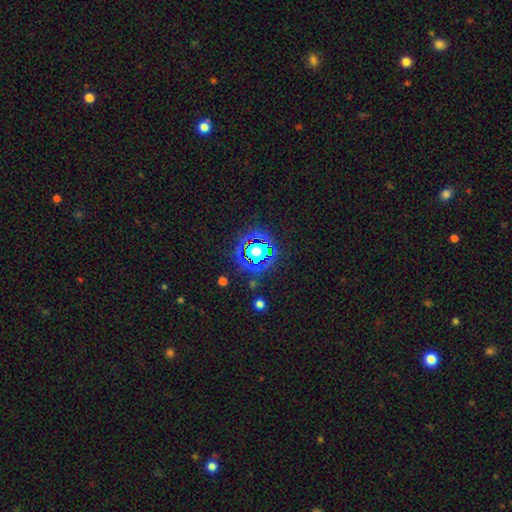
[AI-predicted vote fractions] The model was most divided on "smooth or featured": star or artifact: 79%, smooth: 13%, featured or disk: 7%.